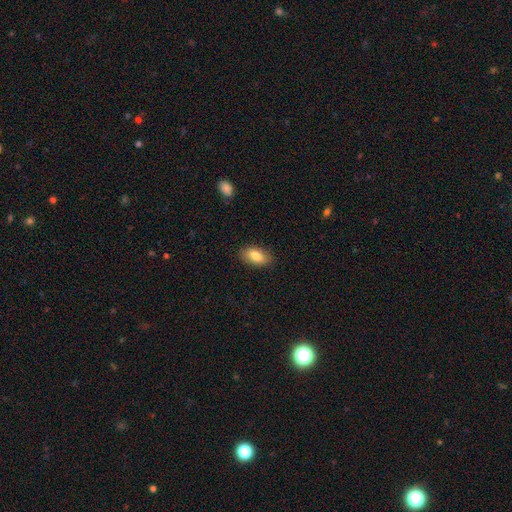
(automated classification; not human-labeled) Morphology: type=smooth (82%); roundness=in between (92%); merging=none (86%).